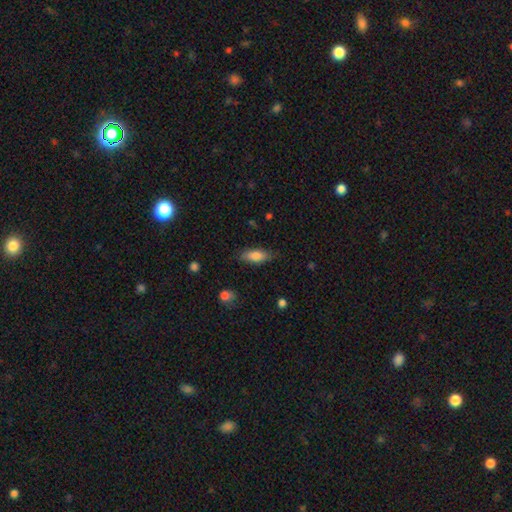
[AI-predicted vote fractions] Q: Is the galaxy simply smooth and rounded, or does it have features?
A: smooth — 82%.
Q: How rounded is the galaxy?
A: in between — 75%.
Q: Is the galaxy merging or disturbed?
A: none — 79%.